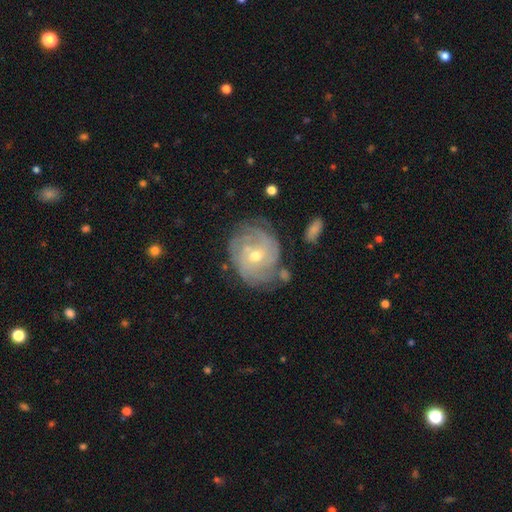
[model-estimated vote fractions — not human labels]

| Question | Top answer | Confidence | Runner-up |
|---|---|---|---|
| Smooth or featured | featured or disk | 81% | smooth (12%) |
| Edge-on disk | no | 97% | yes (3%) |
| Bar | no | 65% | weak (29%) |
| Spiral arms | yes | 92% | no (8%) |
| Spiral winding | tight | 68% | medium (25%) |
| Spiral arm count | can't tell | 40% | 3 (19%) |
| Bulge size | moderate | 53% | small (44%) |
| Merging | none | 68% | minor disturbance (20%) |